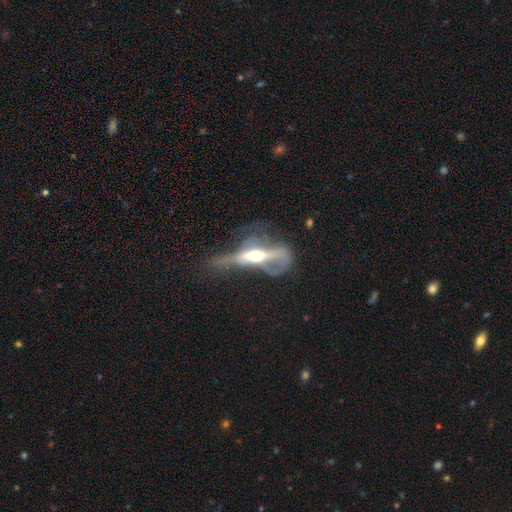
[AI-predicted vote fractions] smooth-or-featured: featured or disk: 63% | smooth: 29% | star or artifact: 8%
  disk-edge-on: yes: 62% | no: 38%
  merging: major disturbance: 56% | none: 19% | minor disturbance: 17% | merger: 7%